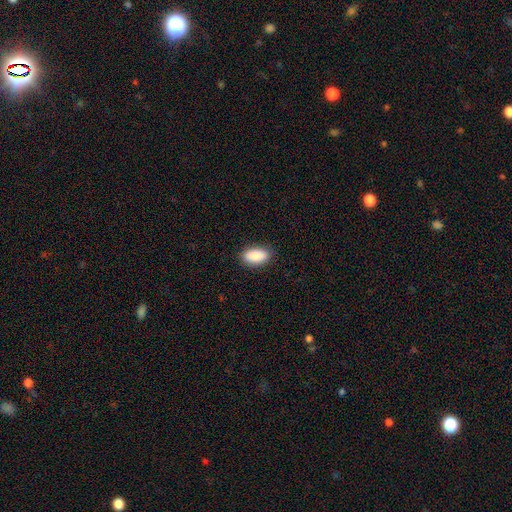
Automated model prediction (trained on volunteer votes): Smooth or featured? smooth (90%)
How rounded? in between (92%)
Merging? none (88%)